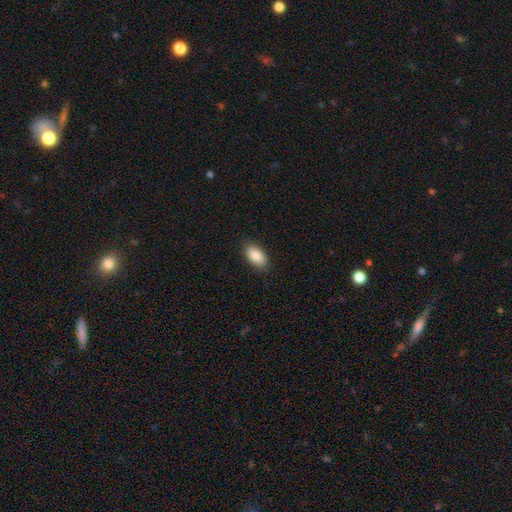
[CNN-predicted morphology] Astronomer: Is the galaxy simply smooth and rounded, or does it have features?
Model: smooth — 88%.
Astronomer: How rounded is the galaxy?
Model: in between — 94%.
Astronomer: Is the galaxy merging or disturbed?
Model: none — 88%.